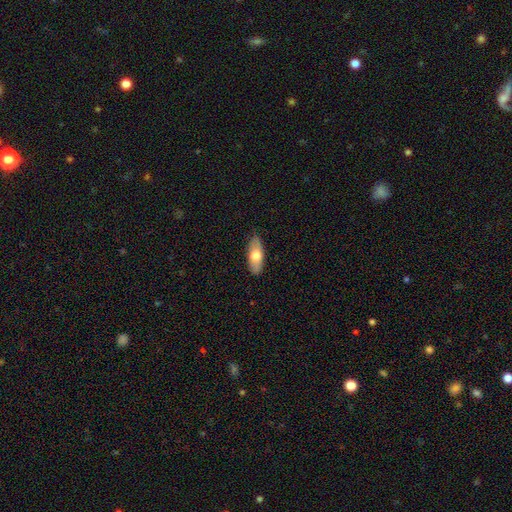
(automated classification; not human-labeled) This is likely a smooth galaxy (65%). How rounded: likely in between (80%). Merging: clearly none (86%).